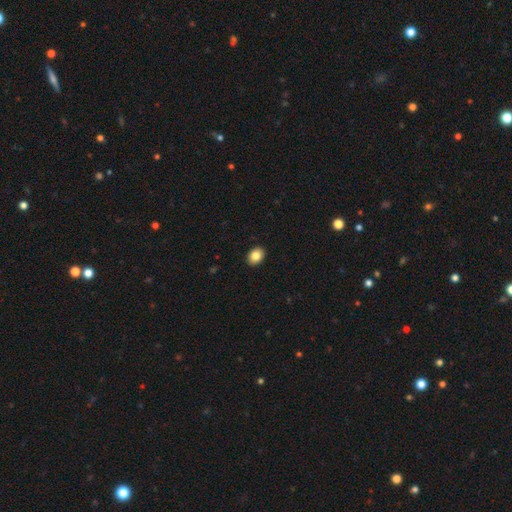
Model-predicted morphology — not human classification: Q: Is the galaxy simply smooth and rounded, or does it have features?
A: smooth — 85%.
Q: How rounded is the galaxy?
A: in between — 70%.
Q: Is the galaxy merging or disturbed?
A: none — 91%.